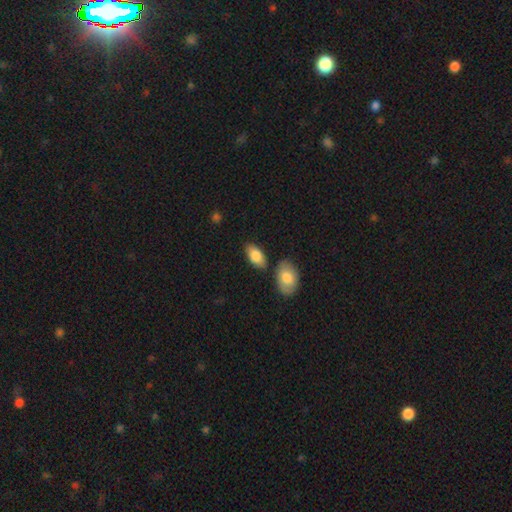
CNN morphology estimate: A smooth galaxy with no disk features (84%) that is in between round and cigar-shaped (94%). Merging: none (75%).